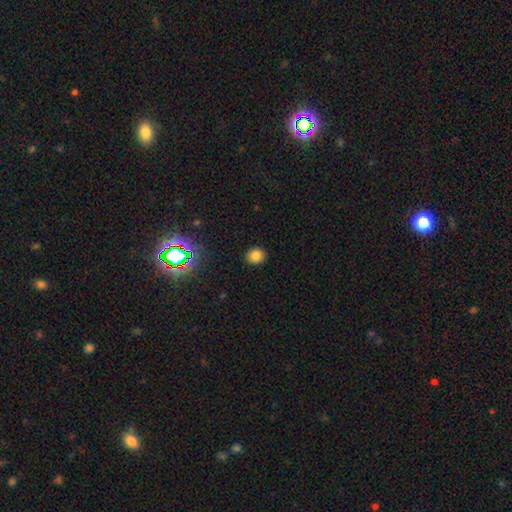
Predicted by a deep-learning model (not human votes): Q: Smooth or featured?
A: smooth (80%); runner-up: star or artifact (14%)
Q: How rounded?
A: round (79%); runner-up: in between (20%)
Q: Merging?
A: none (90%); runner-up: minor disturbance (7%)